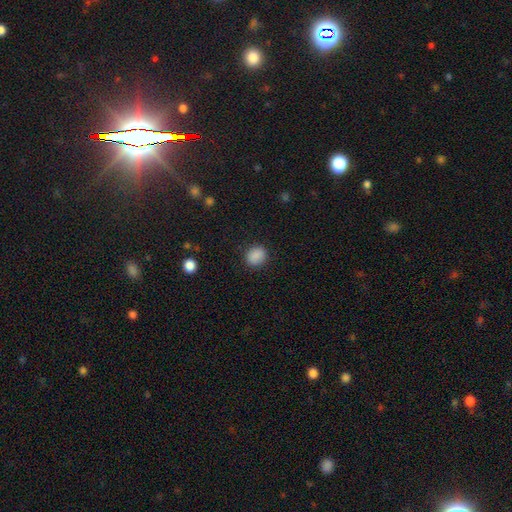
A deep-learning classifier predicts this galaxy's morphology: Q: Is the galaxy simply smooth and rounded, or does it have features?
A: smooth — 88%.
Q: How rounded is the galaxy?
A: round — 70%.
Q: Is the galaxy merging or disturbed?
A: none — 88%.